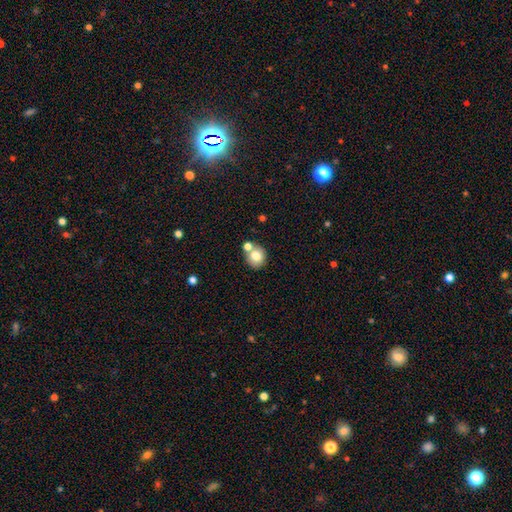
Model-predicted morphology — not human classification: smooth-or-featured: smooth: 78% | featured or disk: 12% | star or artifact: 10%
  how-rounded: round: 78% | in between: 22% | cigar-shaped: 1%
  merging: none: 58% | merger: 29% | minor disturbance: 10% | major disturbance: 3%